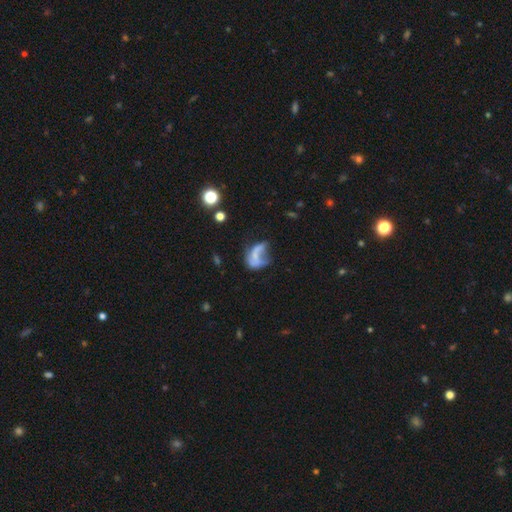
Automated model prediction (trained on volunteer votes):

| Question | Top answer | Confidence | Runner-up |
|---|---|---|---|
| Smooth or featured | featured or disk | 50% | smooth (38%) |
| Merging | major disturbance | 46% | none (23%) |